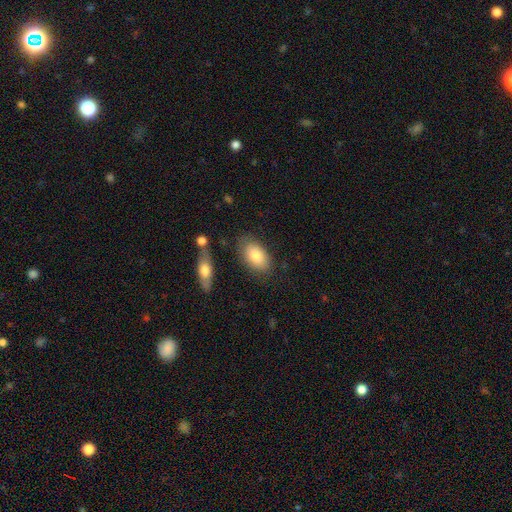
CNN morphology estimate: A smooth galaxy with no disk features (82%) that is in between round and cigar-shaped (92%).

Vote fractions:
- Smooth or featured? smooth: 82% / featured or disk: 12% / star or artifact: 6%
- How rounded? in between: 92% / round: 6% / cigar-shaped: 2%
- Merging? none: 76% / minor disturbance: 15% / merger: 4% / major disturbance: 4%